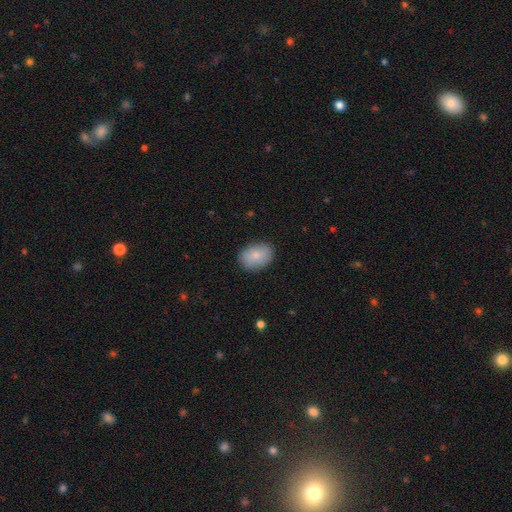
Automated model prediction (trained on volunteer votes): smooth-or-featured: smooth: 84% | featured or disk: 10% | star or artifact: 6%
  how-rounded: in between: 82% | round: 17% | cigar-shaped: 1%
  merging: none: 85% | minor disturbance: 11% | major disturbance: 3% | merger: 1%